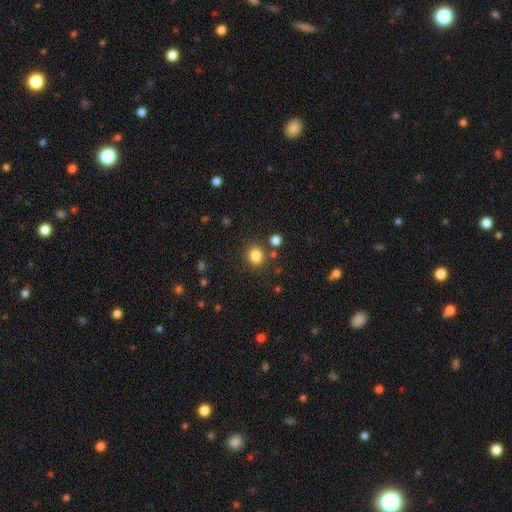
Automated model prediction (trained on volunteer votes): The model was most divided on "how rounded": round: 71%, in between: 28%, cigar-shaped: 1%. More confident: smooth or featured — smooth (83%); merging — none (81%).